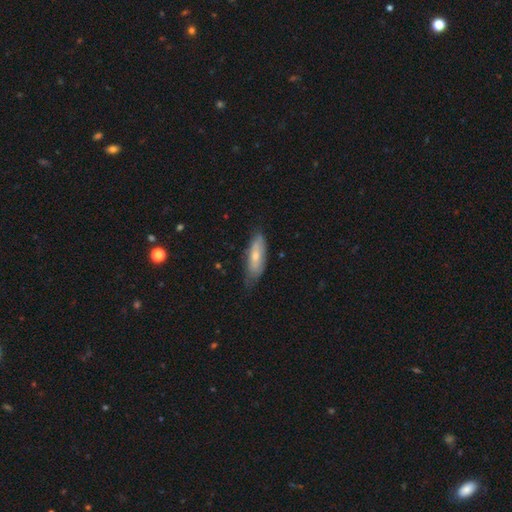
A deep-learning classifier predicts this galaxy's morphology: smooth_or_featured: smooth (p=0.58) [alt: featured or disk p=0.35]
how_rounded: in between (p=0.60) [alt: cigar-shaped p=0.38]
merging: none (p=0.60) [alt: minor disturbance p=0.31]